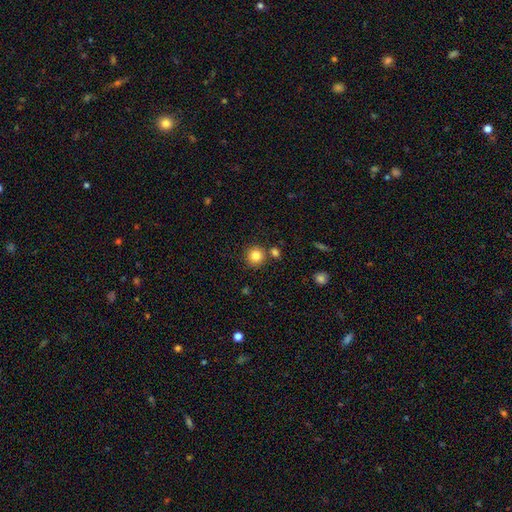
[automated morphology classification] Smooth or featured? smooth (83%)
How rounded? round (93%)
Merging? none (80%)